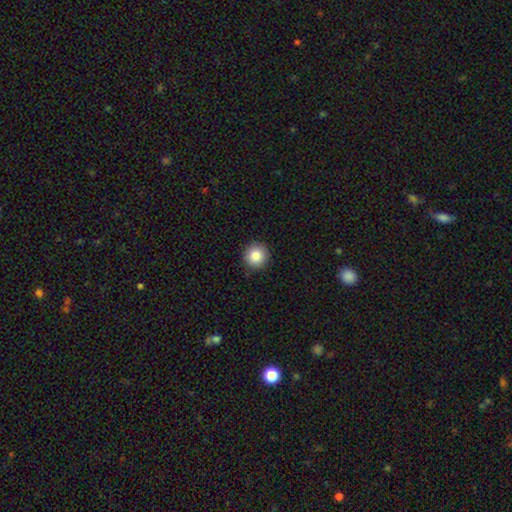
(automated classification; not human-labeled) Smooth or featured? smooth (85%)
How rounded? round (93%)
Merging? none (91%)